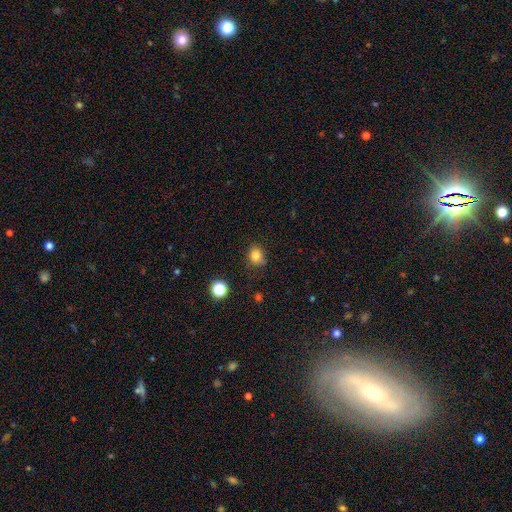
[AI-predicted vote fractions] A smooth galaxy with no disk features (82%) that is round (65%). Merging: none (73%).